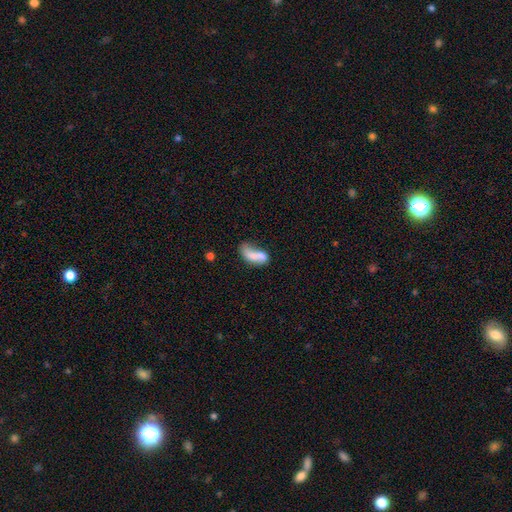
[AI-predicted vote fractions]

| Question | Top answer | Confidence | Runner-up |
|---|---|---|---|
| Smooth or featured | smooth | 67% | featured or disk (24%) |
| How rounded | in between | 80% | cigar-shaped (16%) |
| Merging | merger | 31% | none (27%) |